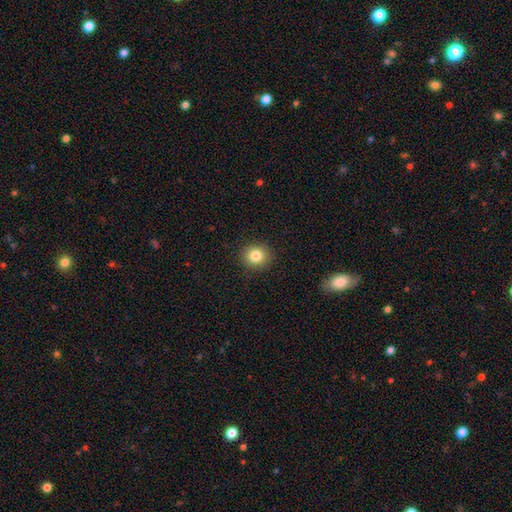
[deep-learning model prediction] Q: Smooth or featured?
A: smooth (83%); runner-up: star or artifact (11%)
Q: How rounded?
A: round (83%); runner-up: in between (16%)
Q: Merging?
A: none (91%); runner-up: minor disturbance (6%)